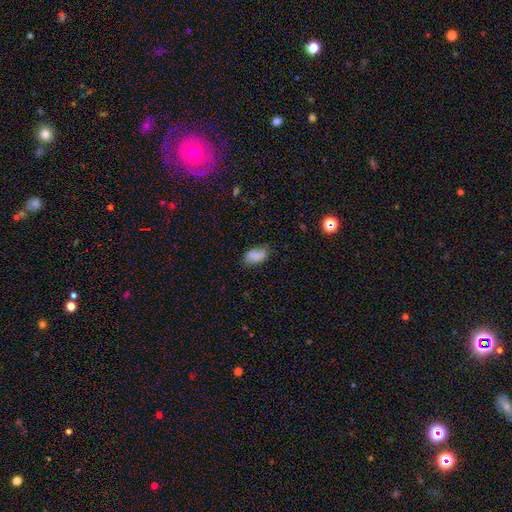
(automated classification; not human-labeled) Q: Smooth or featured?
A: smooth (80%); runner-up: featured or disk (11%)
Q: How rounded?
A: in between (92%); runner-up: round (6%)
Q: Merging?
A: none (62%); runner-up: minor disturbance (29%)